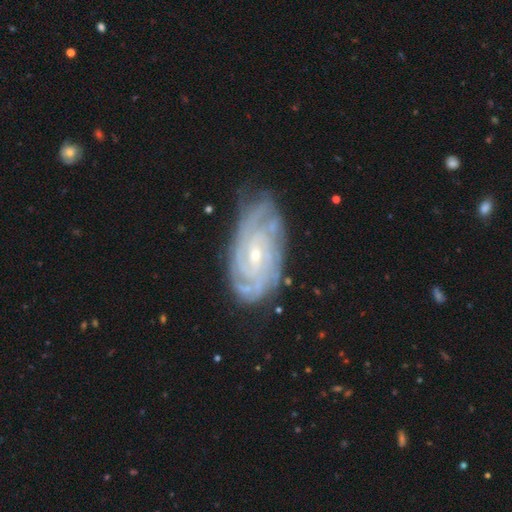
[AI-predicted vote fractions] Q: Smooth or featured?
A: featured or disk (88%); runner-up: smooth (7%)
Q: Edge-on disk?
A: no (95%); runner-up: yes (5%)
Q: Bar?
A: no (56%); runner-up: weak (34%)
Q: Spiral arms?
A: yes (97%); runner-up: no (3%)
Q: Spiral winding?
A: tight (76%); runner-up: medium (21%)
Q: Spiral arm count?
A: can't tell (31%); runner-up: 4 (22%)
Q: Bulge size?
A: small (72%); runner-up: moderate (25%)
Q: Merging?
A: none (73%); runner-up: minor disturbance (20%)